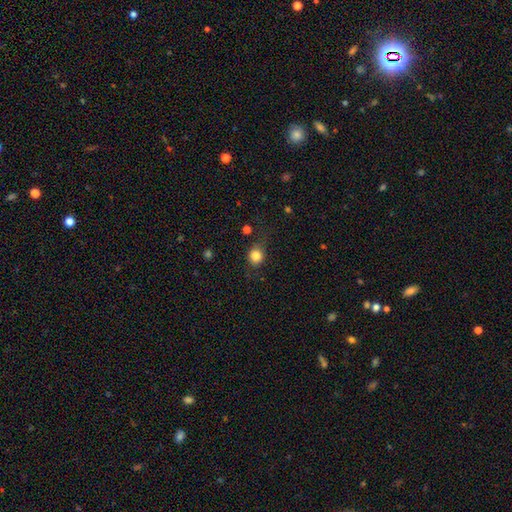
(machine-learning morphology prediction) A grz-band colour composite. It shows a smooth galaxy with no disk features (82%) that is round (78%). Merging: none (72%).